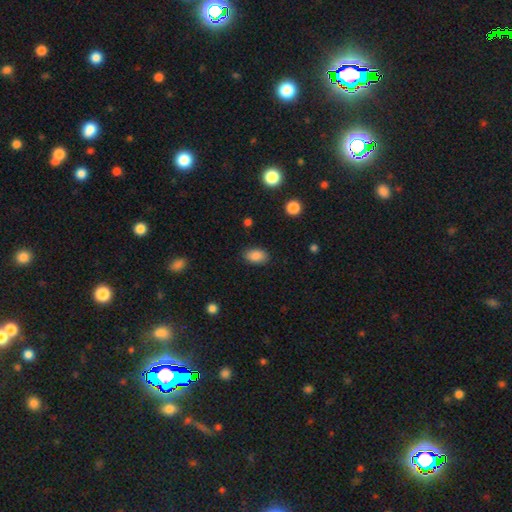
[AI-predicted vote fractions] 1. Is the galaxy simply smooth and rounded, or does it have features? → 87% smooth, 8% star or artifact, 4% featured or disk.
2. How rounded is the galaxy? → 89% in between, 10% round, 1% cigar-shaped.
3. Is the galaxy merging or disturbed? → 87% none, 10% minor disturbance, 3% major disturbance, 1% merger.